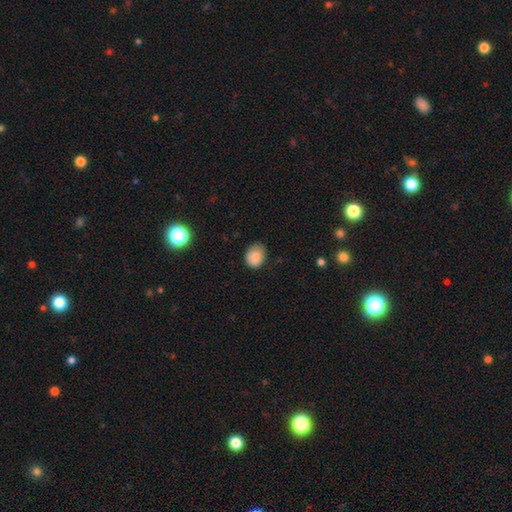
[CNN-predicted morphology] The model was most divided on "how rounded": round: 51%, in between: 48%, cigar-shaped: 1%. More confident: smooth or featured — smooth (84%); merging — none (73%).